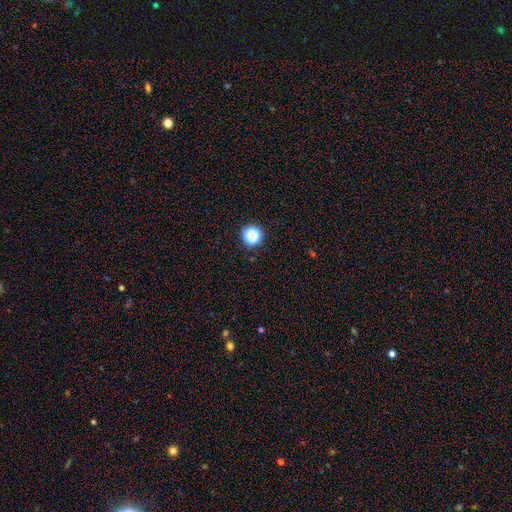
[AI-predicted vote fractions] A star or artifact, not a galaxy (59%).

Vote fractions:
- Smooth or featured? star or artifact: 59% / smooth: 36% / featured or disk: 6%